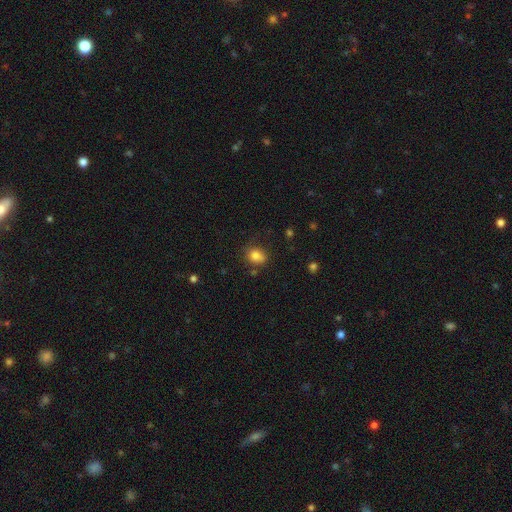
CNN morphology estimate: Overall: smooth (80%). How rounded: round (55%; in between 44%). Merging: none (64%).